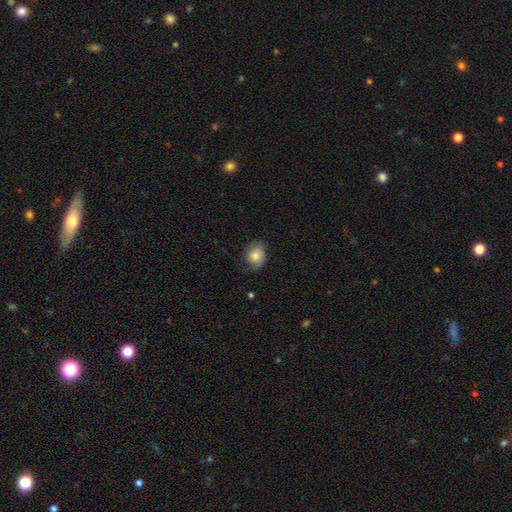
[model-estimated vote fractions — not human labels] Smooth or featured? smooth (74%)
How rounded? round (50%)
Merging? none (59%)